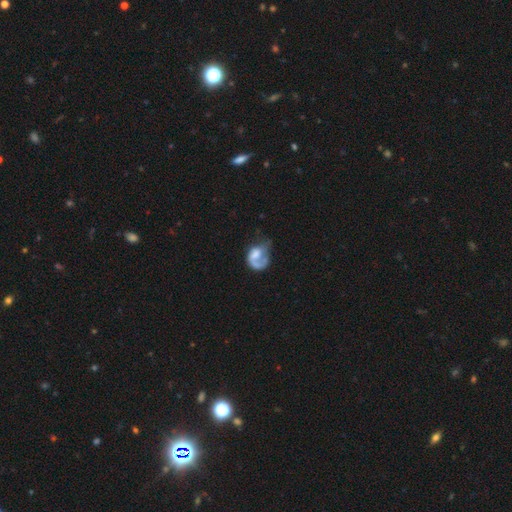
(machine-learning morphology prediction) A featured or disk galaxy (62%) with no bar (72%), spiral arms (74%) and a moderate central bulge (30%). Merging: major disturbance (44%).